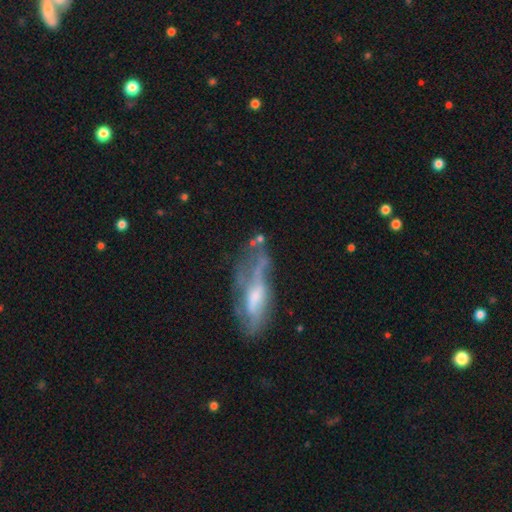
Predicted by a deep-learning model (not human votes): Q: Smooth or featured?
A: featured or disk (60%); runner-up: smooth (31%)
Q: Edge-on disk?
A: no (73%); runner-up: yes (27%)
Q: Merging?
A: none (39%); runner-up: major disturbance (28%)